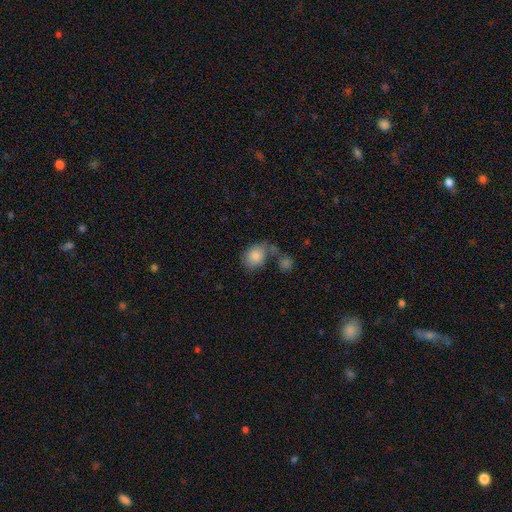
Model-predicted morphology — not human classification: The model was most divided on "merging": none: 36%, merger: 31%, minor disturbance: 18%, major disturbance: 15%. More confident: smooth or featured — smooth (81%); how rounded — in between (52%).